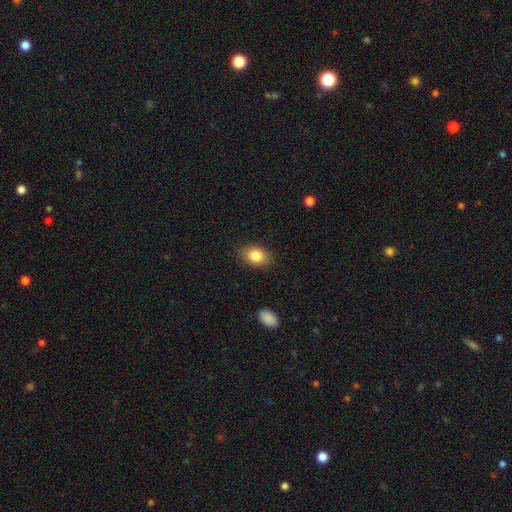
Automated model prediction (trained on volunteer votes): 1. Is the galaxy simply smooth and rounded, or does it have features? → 85% smooth, 8% star or artifact, 7% featured or disk.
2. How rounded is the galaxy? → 74% in between, 25% round, 1% cigar-shaped.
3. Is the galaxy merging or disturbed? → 86% none, 10% minor disturbance, 3% major disturbance, 1% merger.